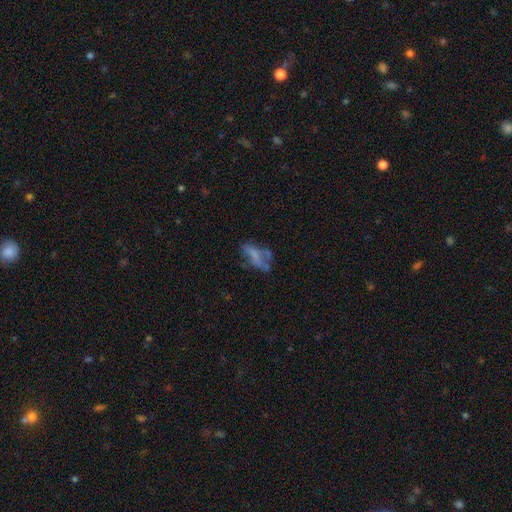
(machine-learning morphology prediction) The model was most divided on "merging": none: 37%, major disturbance: 30%, minor disturbance: 21%, merger: 12%. Remaining: smooth or featured — featured or disk (47%).